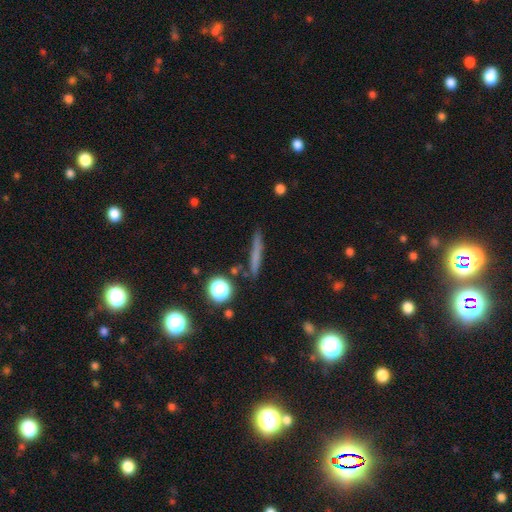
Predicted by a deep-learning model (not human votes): This is likely a smooth galaxy (62%). How rounded: clearly cigar-shaped (91%). Merging: clearly none (86%).